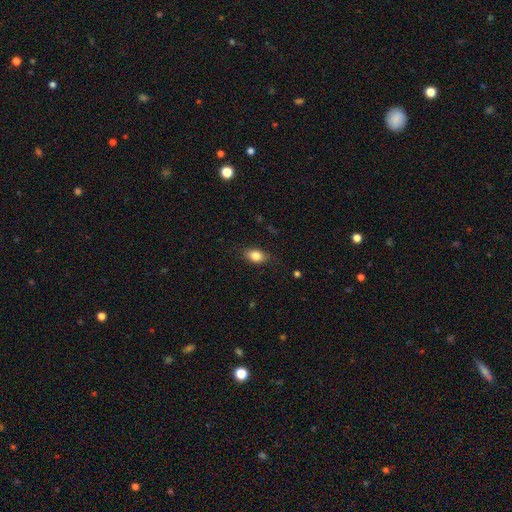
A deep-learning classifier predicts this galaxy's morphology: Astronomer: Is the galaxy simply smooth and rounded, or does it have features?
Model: smooth — 83%.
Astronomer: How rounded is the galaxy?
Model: in between — 82%.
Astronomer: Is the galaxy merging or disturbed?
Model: none — 83%.